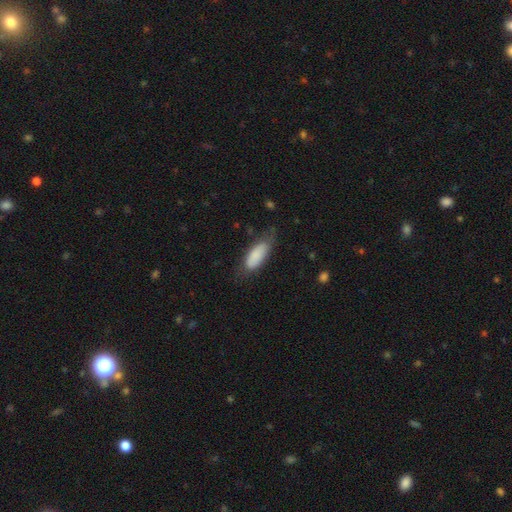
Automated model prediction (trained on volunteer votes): Morphology: type=smooth (84%); roundness=in between (77%); merging=none (59%).